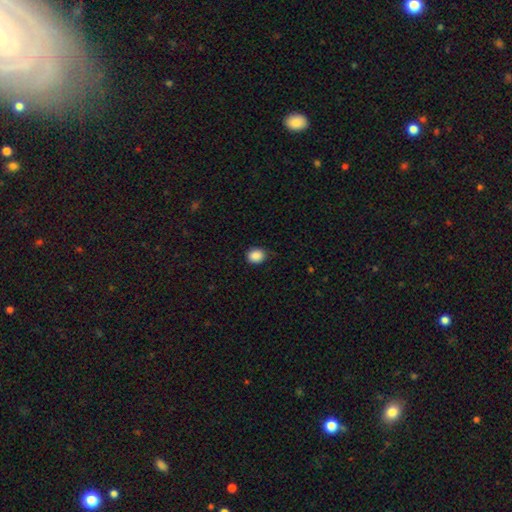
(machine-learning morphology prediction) Smooth or featured? Predicted: smooth (p=0.88). How rounded? Predicted: round (p=0.57). Merging? Predicted: none (p=0.81).